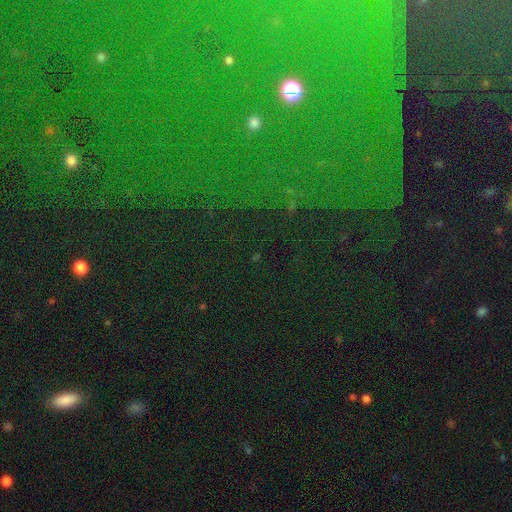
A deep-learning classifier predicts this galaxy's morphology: Overall: star or artifact (78%).